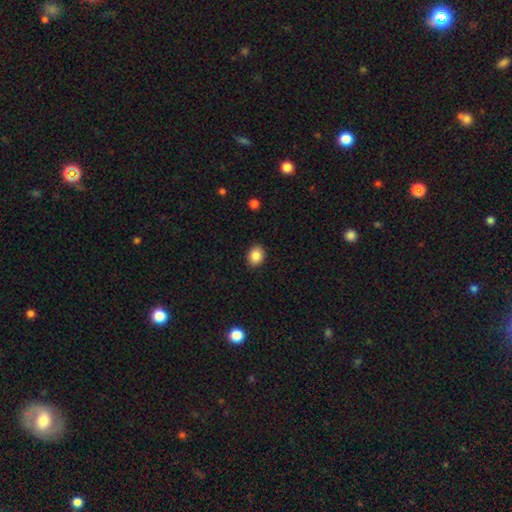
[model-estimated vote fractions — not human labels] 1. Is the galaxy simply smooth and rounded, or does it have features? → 87% smooth, 9% star or artifact, 4% featured or disk.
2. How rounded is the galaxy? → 50% in between, 49% round, 1% cigar-shaped.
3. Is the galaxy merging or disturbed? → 89% none, 8% minor disturbance, 2% major disturbance, 1% merger.